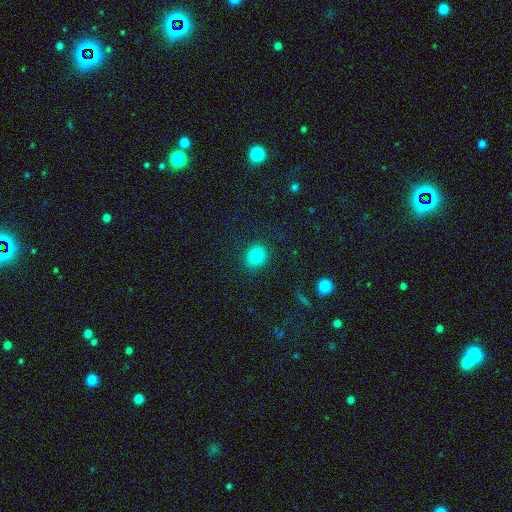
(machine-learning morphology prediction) Overall: smooth (80%). How rounded: round (73%). Merging: none (87%).